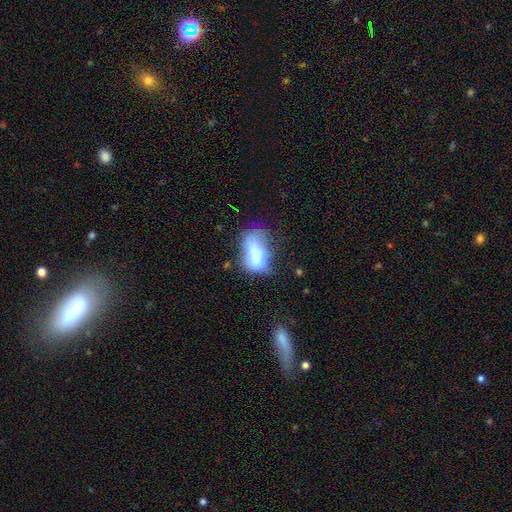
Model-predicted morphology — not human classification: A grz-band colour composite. It shows a smooth galaxy with no disk features (62%) that is in between round and cigar-shaped (85%). Merging: major disturbance (32%).